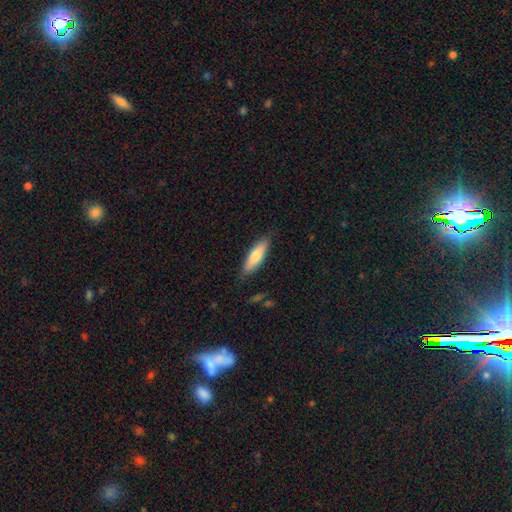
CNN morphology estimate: Smooth or featured: smooth — 73% (featured or disk — 21%)
How rounded: cigar-shaped — 61% (in between — 38%)
Merging: none — 82% (minor disturbance — 14%)